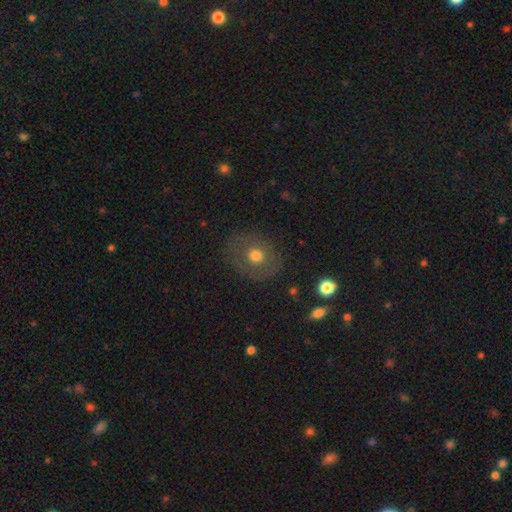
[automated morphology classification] Q: Smooth or featured?
A: smooth (62%); runner-up: featured or disk (28%)
Q: How rounded?
A: round (68%); runner-up: in between (31%)
Q: Merging?
A: none (81%); runner-up: minor disturbance (12%)